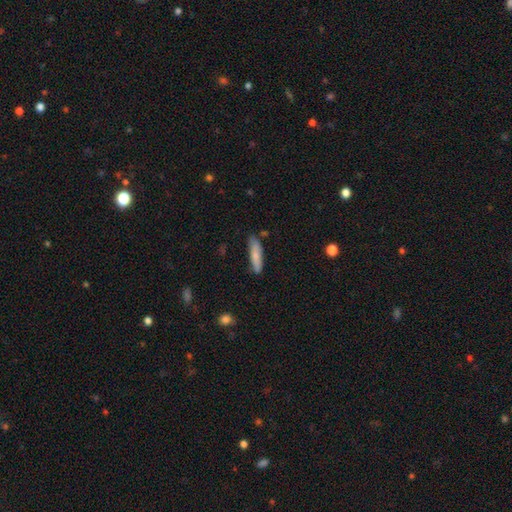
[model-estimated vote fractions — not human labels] smooth 77%, featured or disk 18%, star or artifact 6%. Down the decision tree: how rounded — cigar-shaped (73%); merging — none (76%).